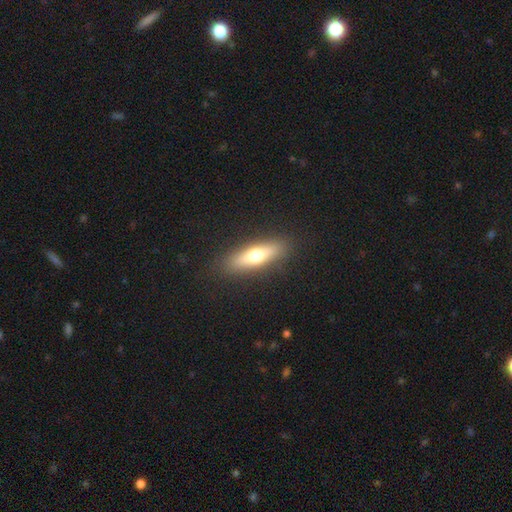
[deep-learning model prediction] Q: Smooth or featured?
A: smooth (59%); runner-up: featured or disk (34%)
Q: How rounded?
A: cigar-shaped (61%); runner-up: in between (36%)
Q: Merging?
A: none (88%); runner-up: minor disturbance (8%)